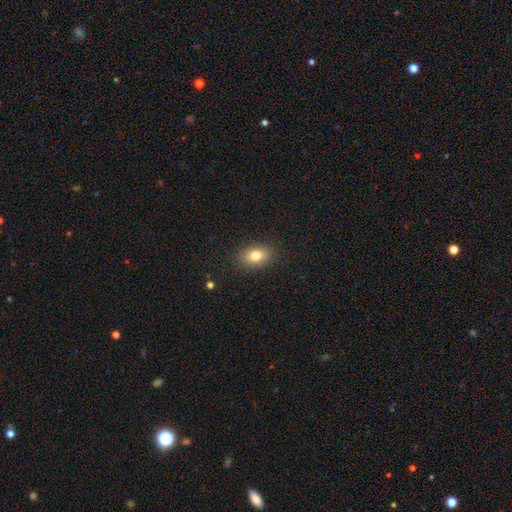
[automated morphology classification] This appears to be a smooth galaxy with no disk features (80%) that is in between round and cigar-shaped (81%). Merging: none (88%).